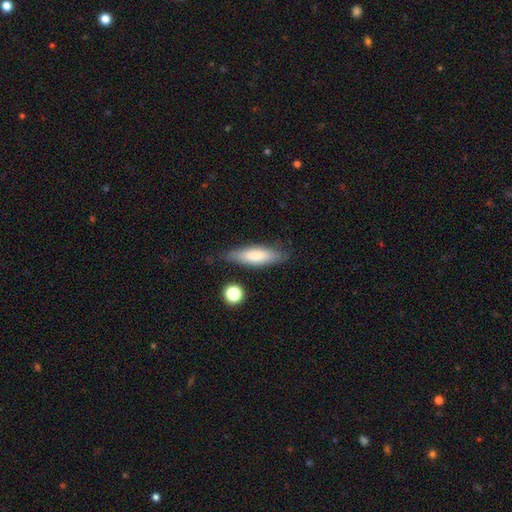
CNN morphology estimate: A smooth galaxy with no disk features (74%) that is cigar-shaped (57%).

Vote fractions:
- Smooth or featured? smooth: 74% / featured or disk: 19% / star or artifact: 7%
- How rounded? cigar-shaped: 57% / in between: 41% / round: 2%
- Merging? none: 78% / minor disturbance: 16% / major disturbance: 4% / merger: 3%